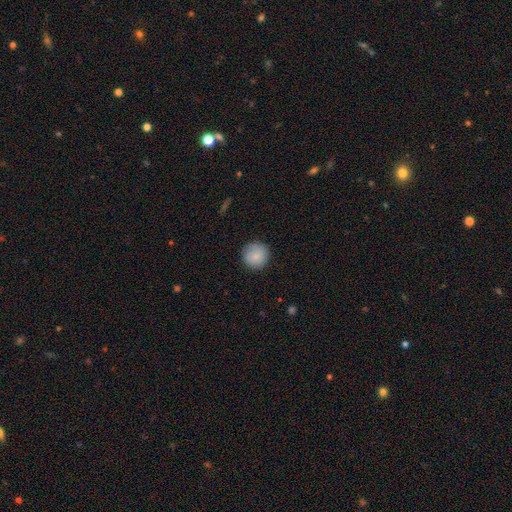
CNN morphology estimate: Q: Smooth or featured?
A: smooth (86%); runner-up: star or artifact (7%)
Q: How rounded?
A: round (95%); runner-up: in between (4%)
Q: Merging?
A: none (89%); runner-up: minor disturbance (8%)